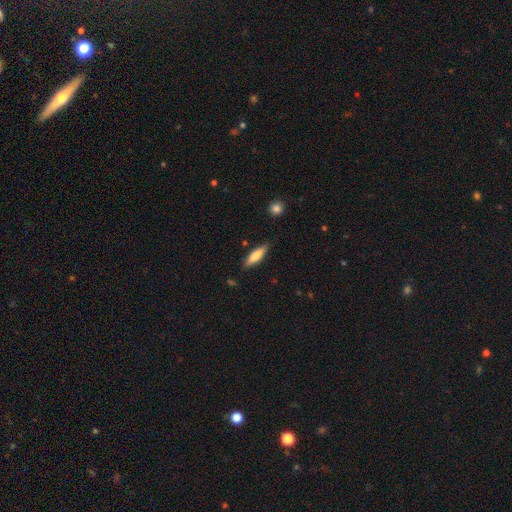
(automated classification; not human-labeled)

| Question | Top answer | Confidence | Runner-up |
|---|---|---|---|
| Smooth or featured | smooth | 76% | featured or disk (19%) |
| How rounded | cigar-shaped | 61% | in between (37%) |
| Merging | none | 85% | minor disturbance (12%) |